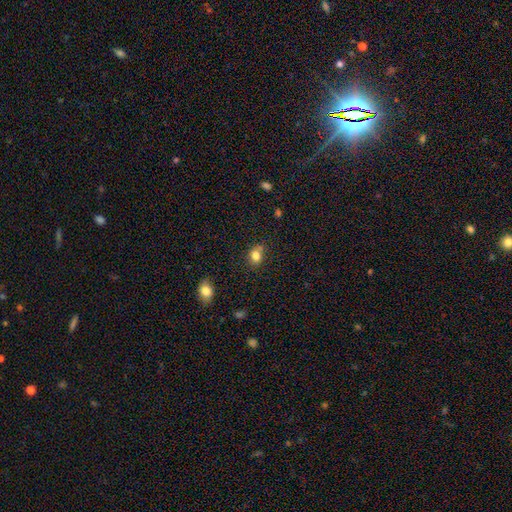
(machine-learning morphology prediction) Smooth or featured? Predicted: smooth (p=0.81). How rounded? Predicted: round (p=0.58). Merging? Predicted: none (p=0.67).